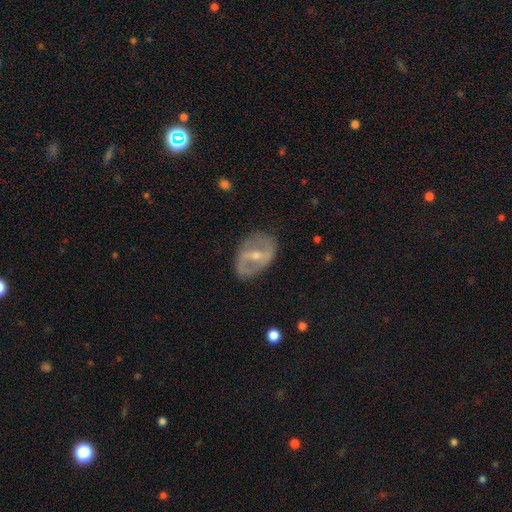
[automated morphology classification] The model was most divided on "bulge size" (2-way tie): moderate: 48%, small: 48%, none: 2%, large: 2%, dominant: 1%. Remaining: edge-on disk — no (93%); merging — none (79%); smooth or featured — featured or disk (73%); spiral arms — yes (58%); bar — strong (47%).